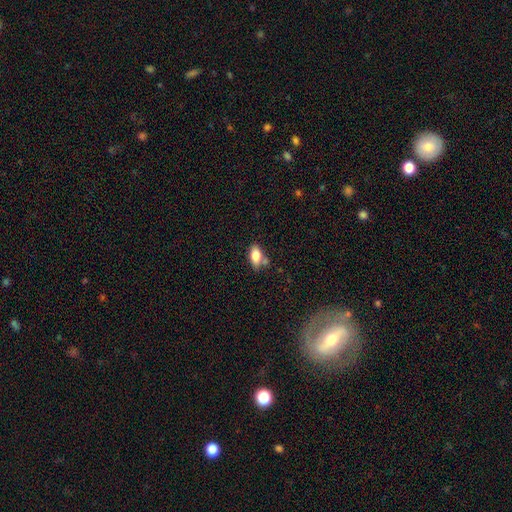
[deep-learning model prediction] Smooth or featured?
  - smooth: 79% *
  - featured or disk: 13%
  - star or artifact: 8%
How rounded?
  - in between: 89% *
  - cigar-shaped: 6%
  - round: 5%
Merging?
  - none: 61% *
  - minor disturbance: 19%
  - merger: 16%
  - major disturbance: 5%